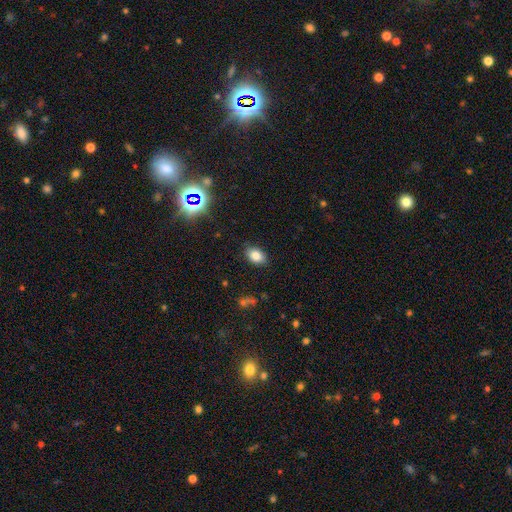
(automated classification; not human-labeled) smooth 81%, star or artifact 11%, featured or disk 8%. Down the decision tree: how rounded — in between (84%); merging — none (85%).